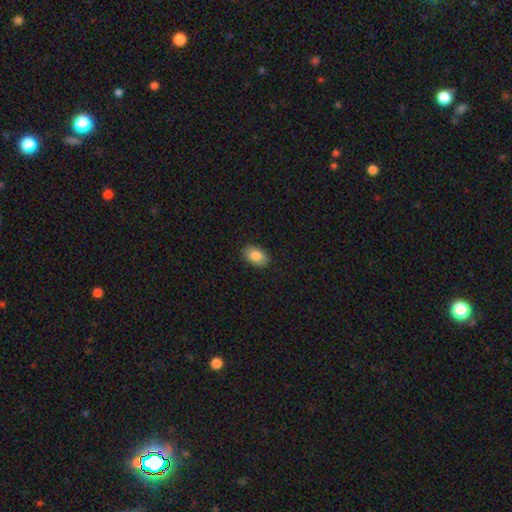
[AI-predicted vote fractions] smooth-or-featured: smooth: 86% | star or artifact: 7% | featured or disk: 7%
  how-rounded: in between: 90% | round: 9% | cigar-shaped: 1%
  merging: none: 89% | minor disturbance: 8% | major disturbance: 2% | merger: 1%